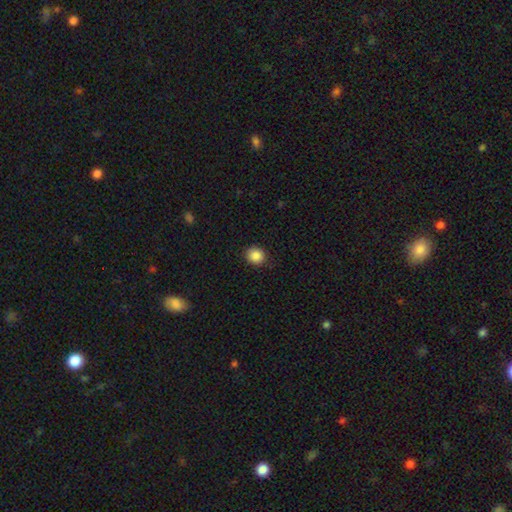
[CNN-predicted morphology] The model was most divided on "how rounded": round: 82%, in between: 17%, cigar-shaped: 1%. More confident: merging — none (88%); smooth or featured — smooth (87%).